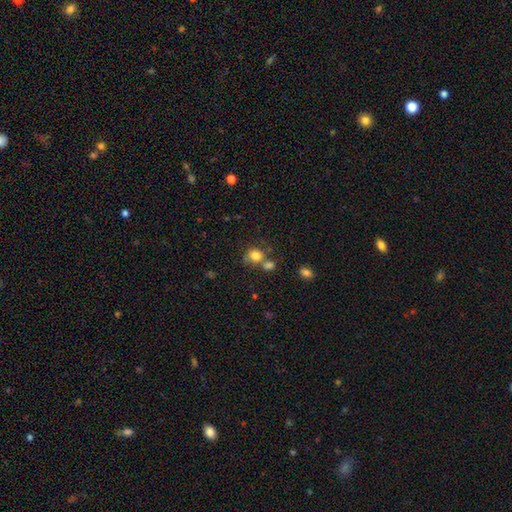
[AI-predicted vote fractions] Q: Smooth or featured?
A: smooth (79%); runner-up: star or artifact (11%)
Q: How rounded?
A: round (70%); runner-up: in between (29%)
Q: Merging?
A: none (49%); runner-up: merger (30%)